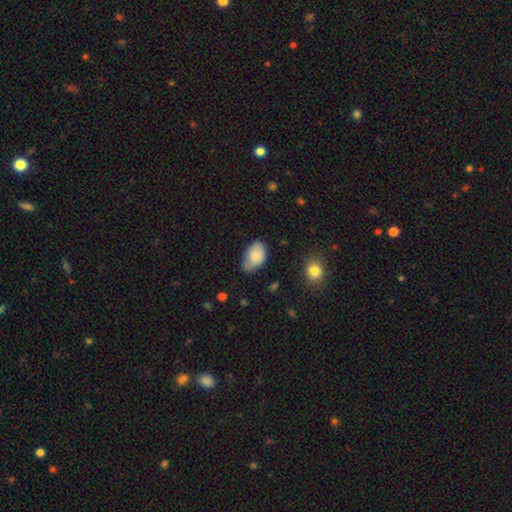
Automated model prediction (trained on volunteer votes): Morphology: type=smooth (80%); roundness=in between (89%); merging=none (50%).